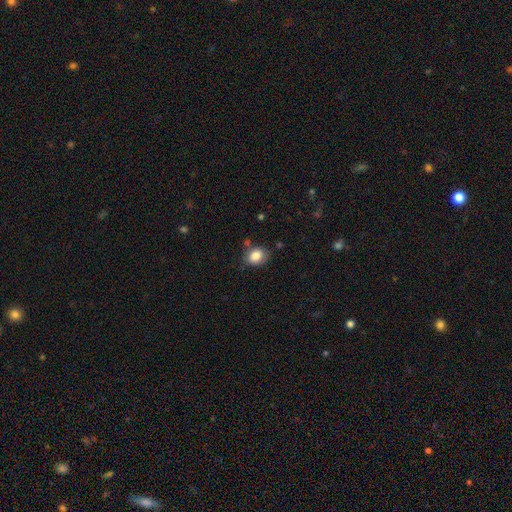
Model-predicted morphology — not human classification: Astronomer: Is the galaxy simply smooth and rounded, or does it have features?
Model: smooth — 84%.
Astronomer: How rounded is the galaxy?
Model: in between — 58% (runner-up: round, 41%).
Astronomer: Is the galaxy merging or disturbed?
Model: none — 72%.